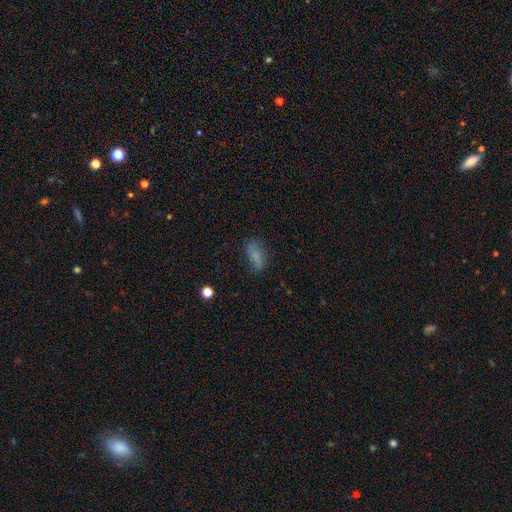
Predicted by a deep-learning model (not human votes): Smooth or featured? smooth (72%)
How rounded? in between (80%)
Merging? none (59%)